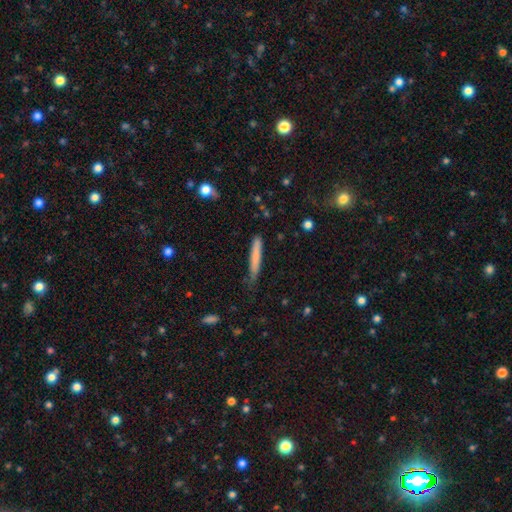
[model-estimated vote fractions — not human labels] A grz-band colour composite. It shows a smooth galaxy with no disk features (74%) that is cigar-shaped (95%). Merging: none (72%).